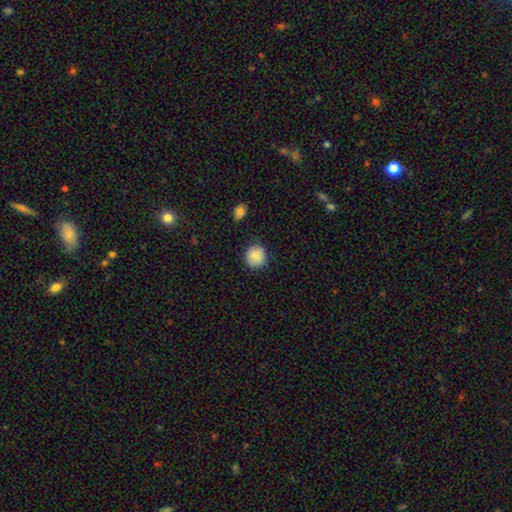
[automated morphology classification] type=smooth (85%); roundness=round (88%); merging=none (83%).